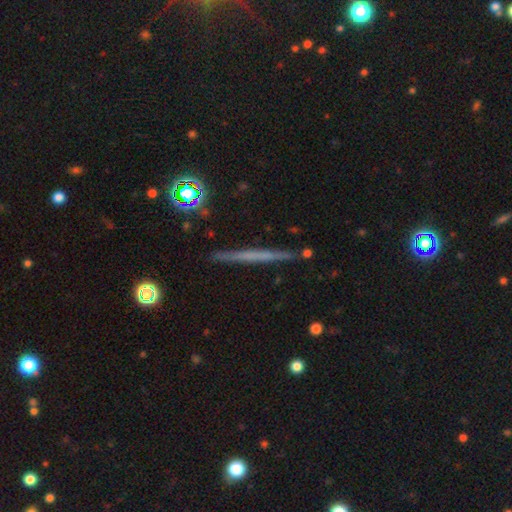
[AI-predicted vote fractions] featured or disk 56%, smooth 36%, star or artifact 8%. Down the decision tree: edge-on disk — yes (97%); edge-on bulge — none (87%); merging — none (90%).